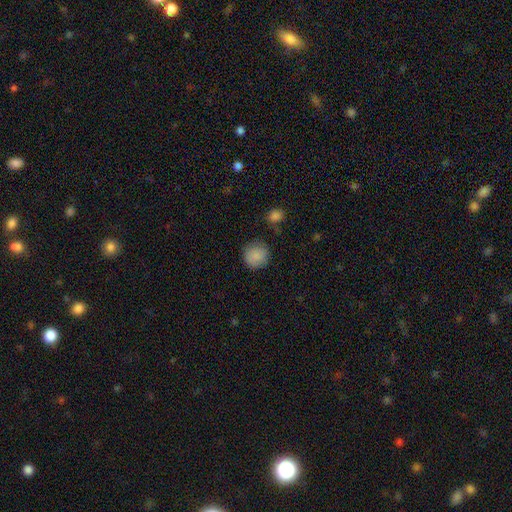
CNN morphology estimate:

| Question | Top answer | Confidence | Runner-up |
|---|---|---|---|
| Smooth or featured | smooth | 87% | star or artifact (8%) |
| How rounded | round | 92% | in between (8%) |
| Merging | none | 83% | minor disturbance (12%) |